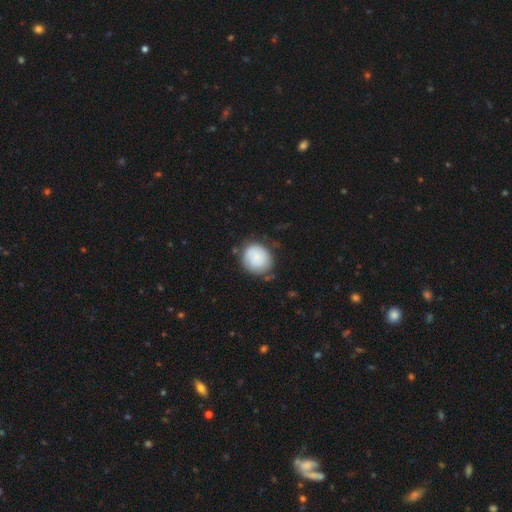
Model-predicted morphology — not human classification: This is likely a smooth galaxy (77%). How rounded: clearly round (82%). Merging: likely none (69%).